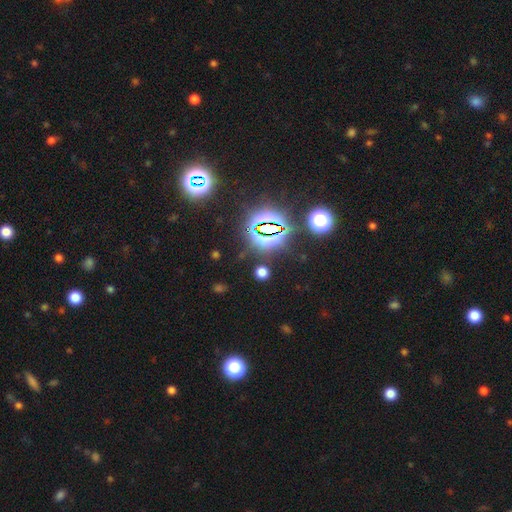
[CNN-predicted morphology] The model was most divided on "smooth or featured": star or artifact: 80%, smooth: 12%, featured or disk: 7%.